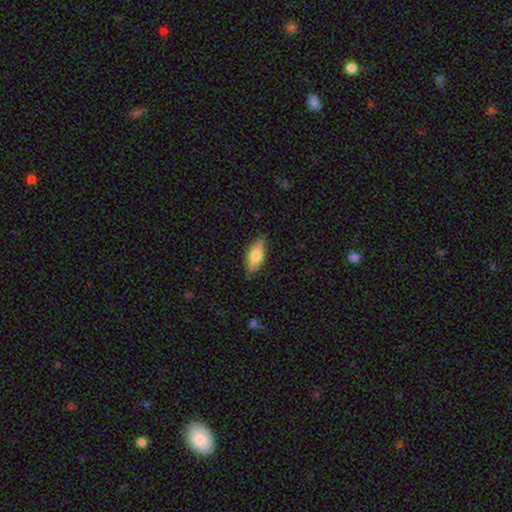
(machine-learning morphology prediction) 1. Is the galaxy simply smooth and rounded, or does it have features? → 74% smooth, 20% featured or disk, 6% star or artifact.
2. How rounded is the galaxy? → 79% in between, 18% cigar-shaped, 3% round.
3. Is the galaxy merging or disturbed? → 82% none, 14% minor disturbance, 2% major disturbance, 1% merger.